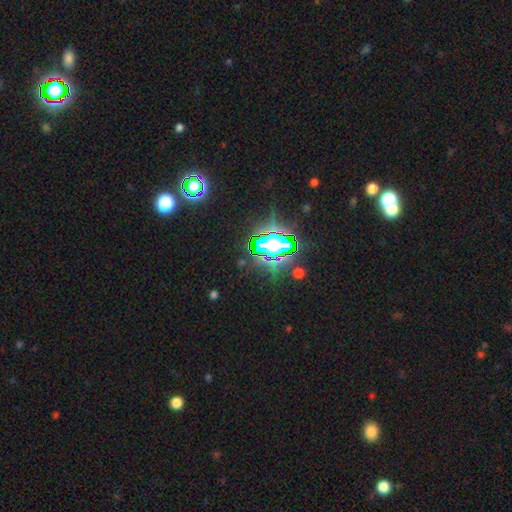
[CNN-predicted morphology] The model was most divided on "smooth or featured": star or artifact: 83%, smooth: 10%, featured or disk: 7%.